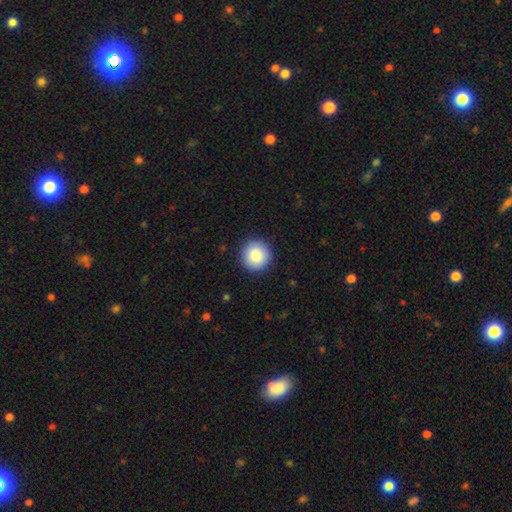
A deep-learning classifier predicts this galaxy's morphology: The model was most divided on "smooth or featured": smooth: 88%, star or artifact: 7%, featured or disk: 5%. More confident: how rounded — round (95%); merging — none (91%).